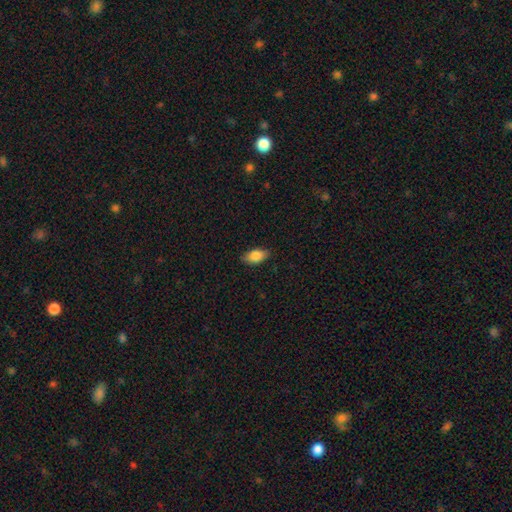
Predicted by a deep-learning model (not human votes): Smooth or featured: smooth — 85% (featured or disk — 8%)
How rounded: in between — 91% (cigar-shaped — 5%)
Merging: none — 85% (minor disturbance — 11%)